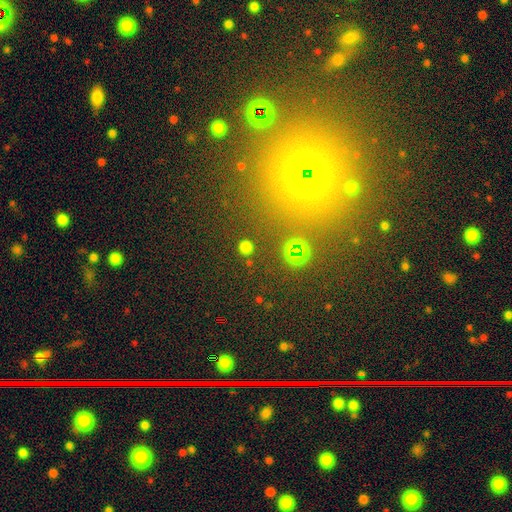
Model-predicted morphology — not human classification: This is possibly a star or artifact rather than a galaxy (55%).